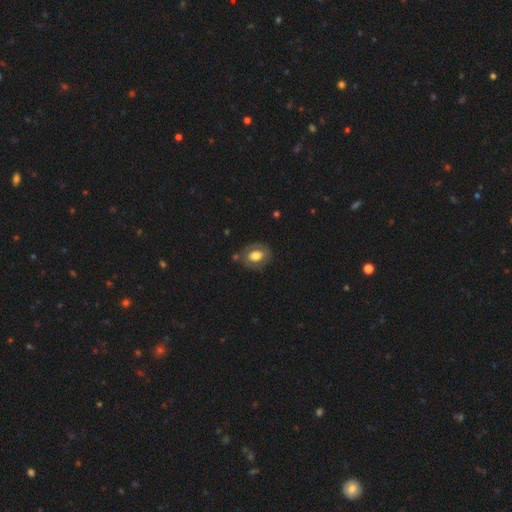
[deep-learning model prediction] This appears to be a smooth galaxy with no disk features (58%) that is in between round and cigar-shaped (68%). Merging: none (73%).